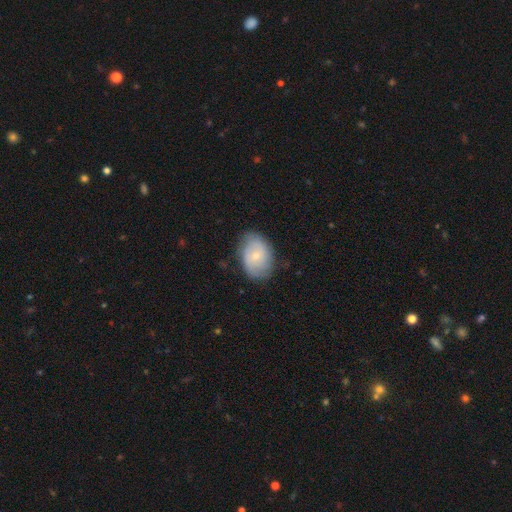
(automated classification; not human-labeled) Smooth or featured?
  - featured or disk: 48% *
  - smooth: 45%
  - star or artifact: 7%
Merging?
  - none: 76% *
  - minor disturbance: 18%
  - major disturbance: 5%
  - merger: 1%